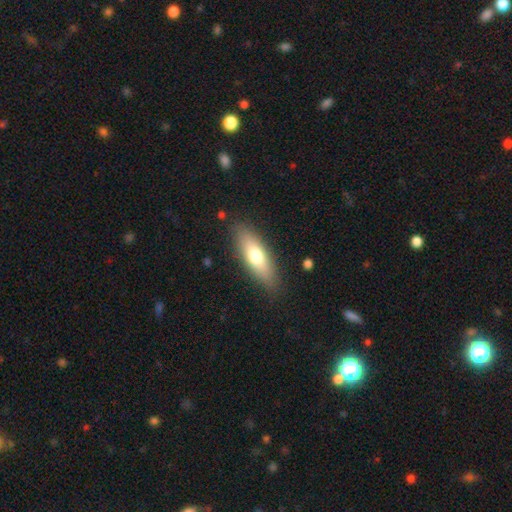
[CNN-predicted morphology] Smooth or featured? Predicted: smooth (p=0.69). How rounded? Predicted: in between (p=0.58). Merging? Predicted: none (p=0.84).